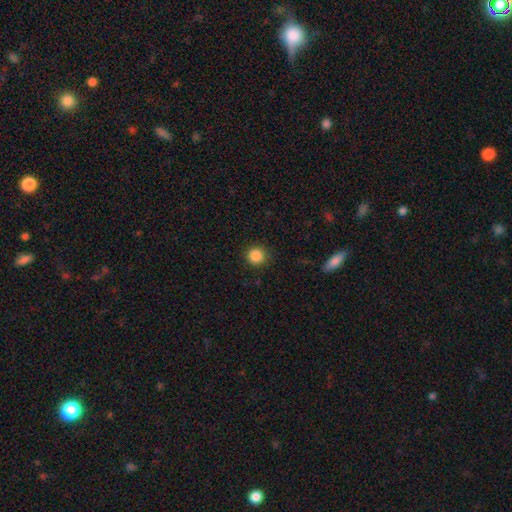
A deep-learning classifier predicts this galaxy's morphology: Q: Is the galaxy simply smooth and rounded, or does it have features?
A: smooth — 86%.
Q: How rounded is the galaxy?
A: round — 95%.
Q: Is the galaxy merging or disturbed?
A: none — 90%.